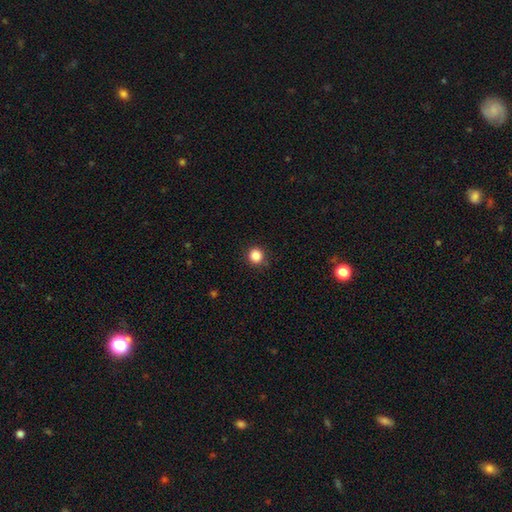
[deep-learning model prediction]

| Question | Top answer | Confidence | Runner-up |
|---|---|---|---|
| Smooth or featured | smooth | 86% | star or artifact (11%) |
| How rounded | round | 93% | in between (6%) |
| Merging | none | 89% | minor disturbance (7%) |